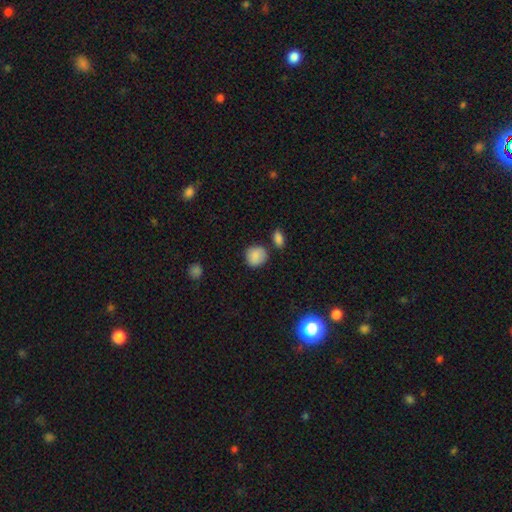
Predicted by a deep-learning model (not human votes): Morphology: type=smooth (86%); roundness=round (82%); merging=none (77%).